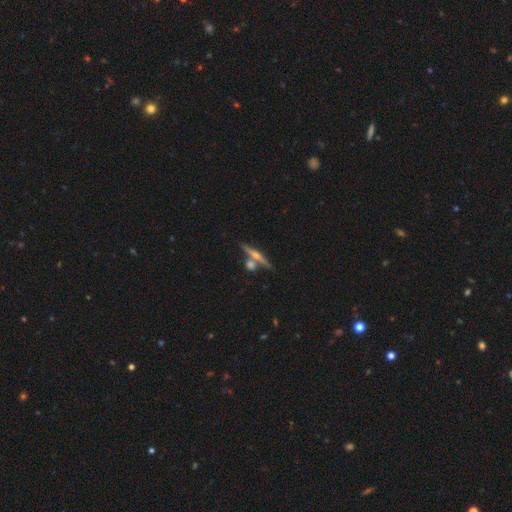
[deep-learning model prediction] This appears to be a featured or disk galaxy (69%) viewed edge-on (96%) with a rounded central bulge (87%). Merging: none (68%).